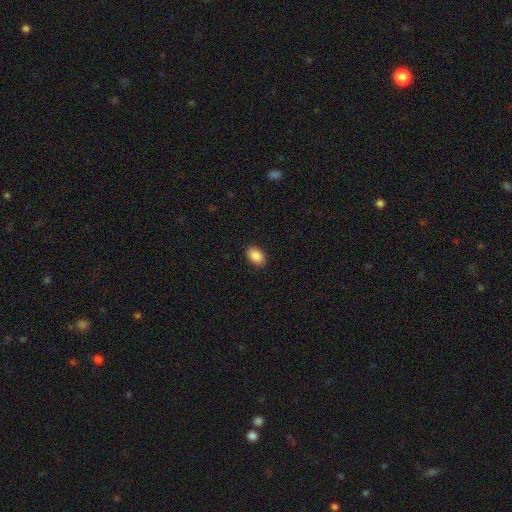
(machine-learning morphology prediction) smooth_or_featured: smooth (p=0.89) [alt: star or artifact p=0.08]
how_rounded: in between (p=0.85) [alt: round p=0.14]
merging: none (p=0.89) [alt: minor disturbance p=0.08]